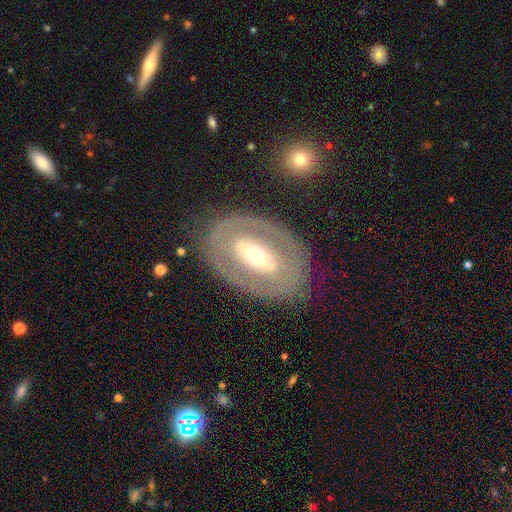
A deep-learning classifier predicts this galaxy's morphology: featured or disk 67%, smooth 27%, star or artifact 6%. Down the decision tree: edge-on disk — no (91%); bar — no (38%); spiral arms — no (78%); bulge size — moderate (56%); merging — none (79%).